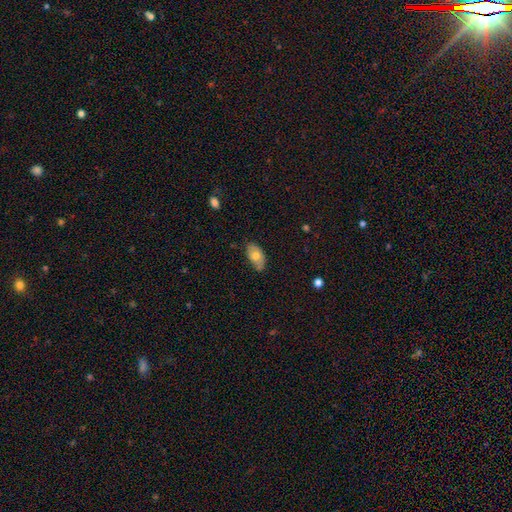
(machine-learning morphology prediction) This appears to be a smooth galaxy with no disk features (67%) that is in between round and cigar-shaped (92%). Merging: none (65%).